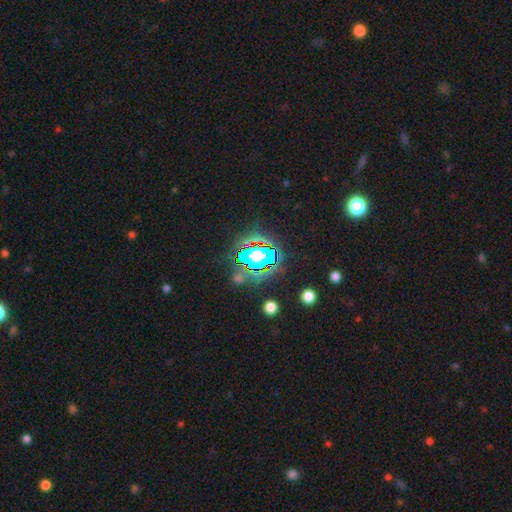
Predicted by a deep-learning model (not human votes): The model was most divided on "smooth or featured": star or artifact: 61%, smooth: 24%, featured or disk: 15%.